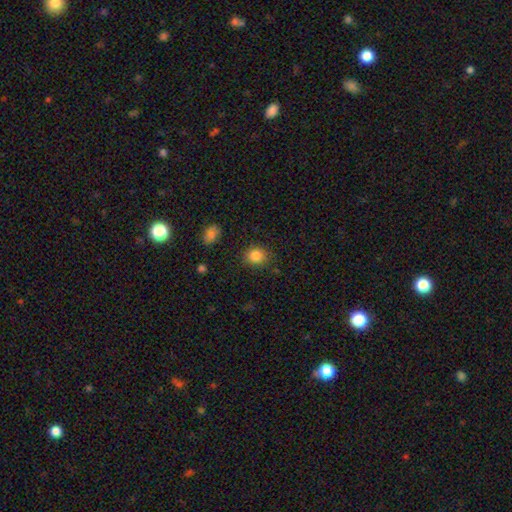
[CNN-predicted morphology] Q: Smooth or featured?
A: smooth (85%); runner-up: star or artifact (10%)
Q: How rounded?
A: round (78%); runner-up: in between (21%)
Q: Merging?
A: none (85%); runner-up: minor disturbance (10%)